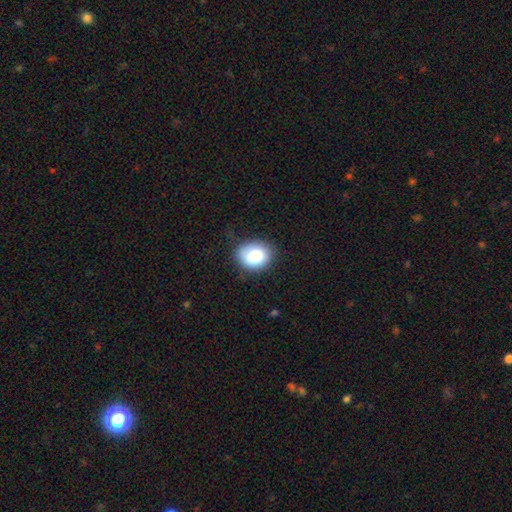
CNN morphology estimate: This is clearly a smooth galaxy (83%). How rounded: possibly round (53%). Merging: likely none (78%).